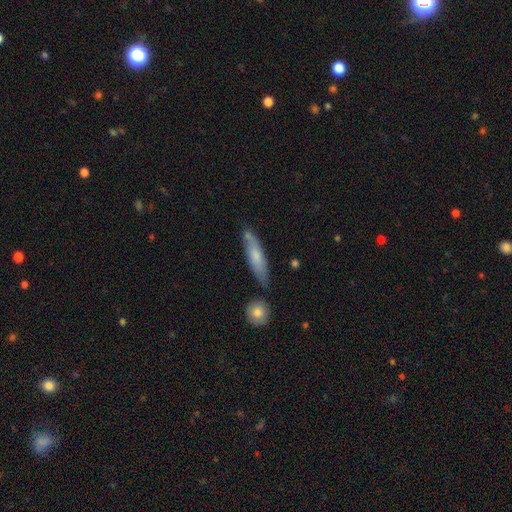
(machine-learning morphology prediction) Smooth or featured? smooth (65%)
How rounded? cigar-shaped (76%)
Merging? none (73%)